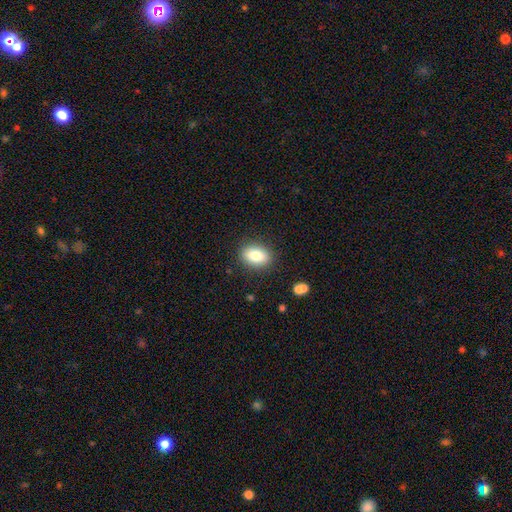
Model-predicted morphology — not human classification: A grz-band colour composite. It shows a smooth galaxy with no disk features (82%) that is in between round and cigar-shaped (76%). Merging: none (87%).